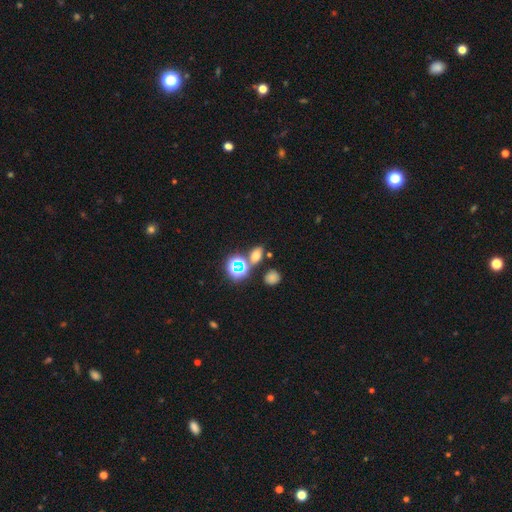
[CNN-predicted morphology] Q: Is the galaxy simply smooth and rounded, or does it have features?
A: smooth — 62%.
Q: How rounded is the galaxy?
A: in between — 70%.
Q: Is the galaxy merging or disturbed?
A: none — 71%.